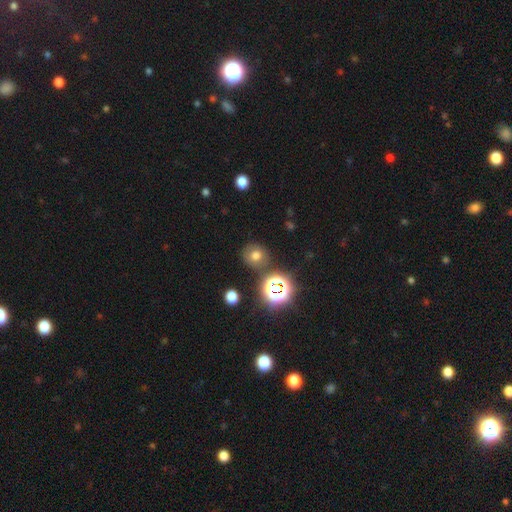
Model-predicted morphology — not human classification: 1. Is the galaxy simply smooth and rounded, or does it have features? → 65% smooth, 24% star or artifact, 11% featured or disk.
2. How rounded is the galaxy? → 83% round, 16% in between, 1% cigar-shaped.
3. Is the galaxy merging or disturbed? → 78% none, 11% minor disturbance, 6% merger, 4% major disturbance.